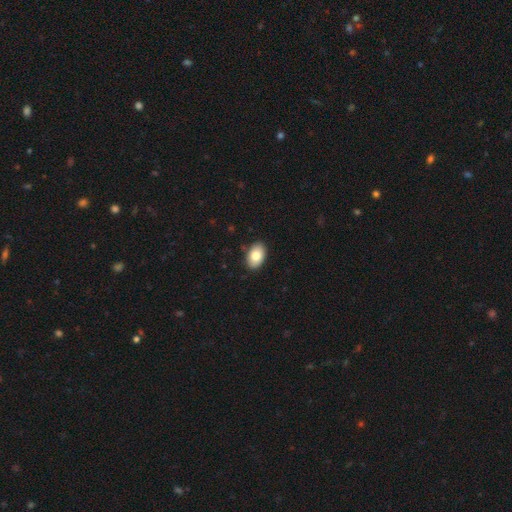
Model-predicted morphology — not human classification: A smooth galaxy with no disk features (80%) that is in between round and cigar-shaped (89%). Merging: none (88%).